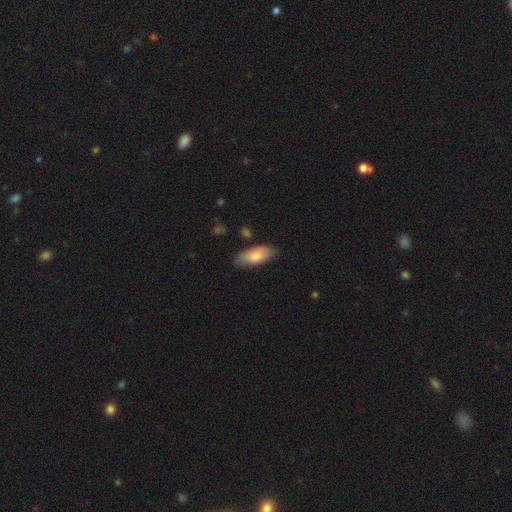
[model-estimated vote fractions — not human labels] A smooth galaxy with no disk features (81%) that is in between round and cigar-shaped (83%).

Vote fractions:
- Smooth or featured? smooth: 81% / featured or disk: 14% / star or artifact: 6%
- How rounded? in between: 83% / cigar-shaped: 15% / round: 2%
- Merging? none: 76% / minor disturbance: 18% / major disturbance: 3% / merger: 2%